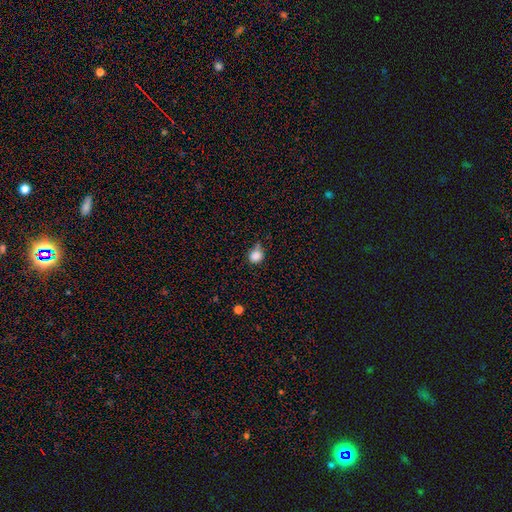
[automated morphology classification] A smooth galaxy with no disk features (85%) that is round (78%). Merging: none (51%).